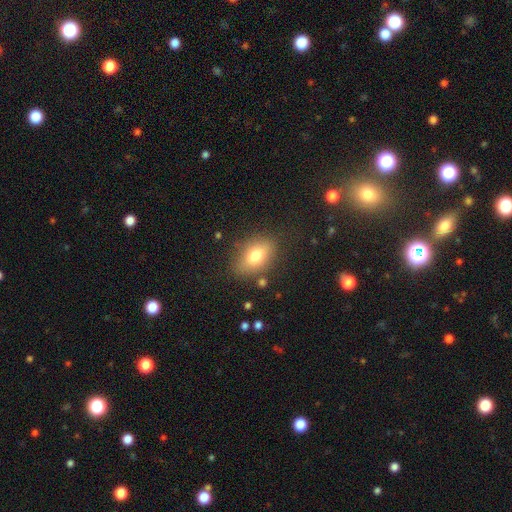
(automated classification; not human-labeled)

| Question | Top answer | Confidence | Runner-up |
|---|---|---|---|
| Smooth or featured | smooth | 75% | featured or disk (16%) |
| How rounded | in between | 84% | round (13%) |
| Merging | none | 78% | minor disturbance (14%) |